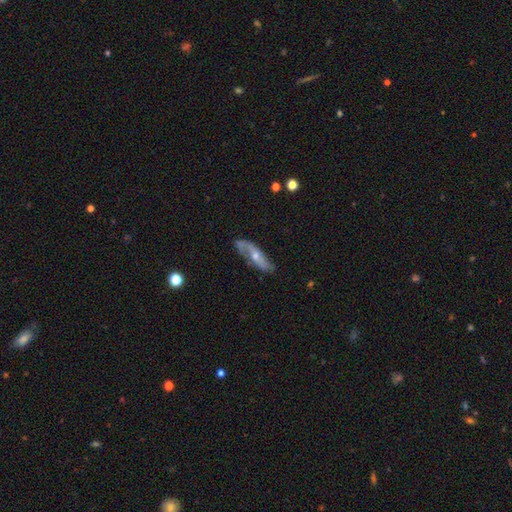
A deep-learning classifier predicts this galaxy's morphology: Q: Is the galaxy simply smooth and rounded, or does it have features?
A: featured or disk — 71%.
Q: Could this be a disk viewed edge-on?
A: no — 74%.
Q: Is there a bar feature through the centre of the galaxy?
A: no — 58%.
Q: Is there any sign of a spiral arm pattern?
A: yes — 86%.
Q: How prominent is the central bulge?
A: small — 52%.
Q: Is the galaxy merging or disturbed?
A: none — 70%.